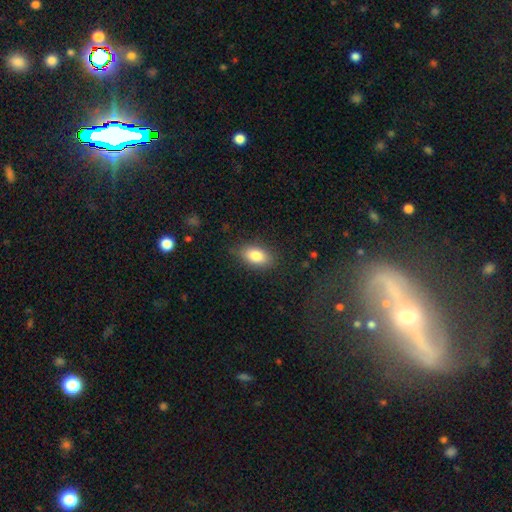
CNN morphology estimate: This appears to be a smooth galaxy with no disk features (83%) that is in between round and cigar-shaped (90%). Merging: none (81%).